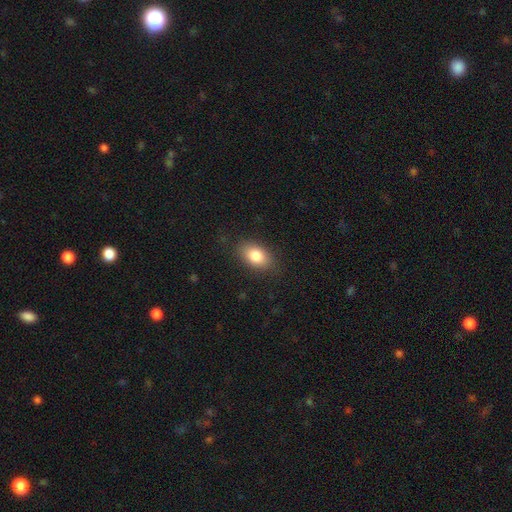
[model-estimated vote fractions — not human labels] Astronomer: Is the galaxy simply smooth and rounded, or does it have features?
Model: smooth — 82%.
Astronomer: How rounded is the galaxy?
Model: in between — 87%.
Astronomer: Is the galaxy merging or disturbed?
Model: none — 84%.